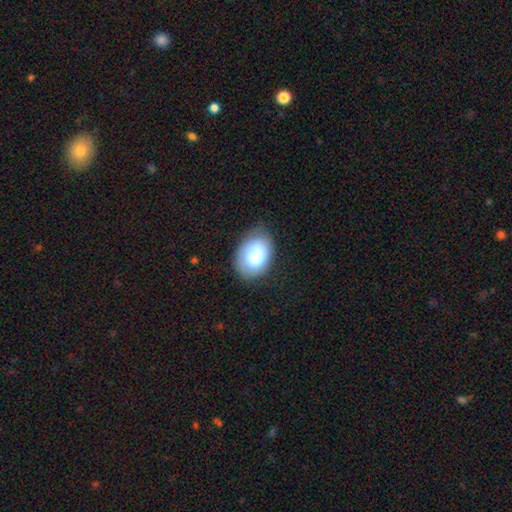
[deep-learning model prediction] Smooth or featured: smooth — 75% (featured or disk — 17%)
How rounded: in between — 81% (round — 18%)
Merging: none — 69% (minor disturbance — 22%)